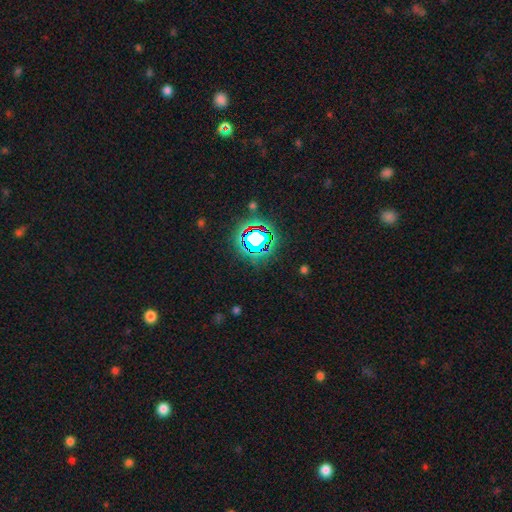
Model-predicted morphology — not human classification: star or artifact 80%, smooth 13%, featured or disk 7%.